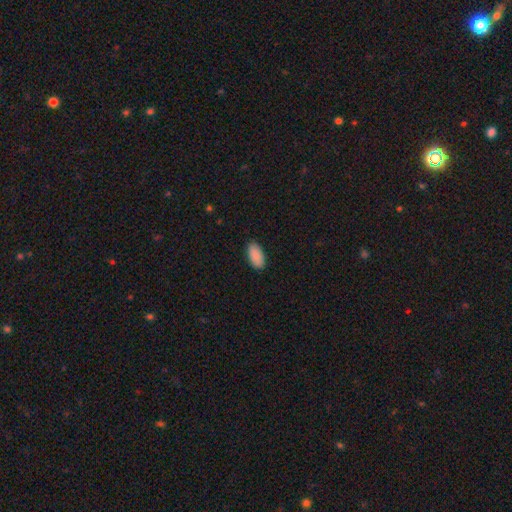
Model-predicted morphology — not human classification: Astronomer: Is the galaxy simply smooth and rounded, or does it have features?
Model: smooth — 91%.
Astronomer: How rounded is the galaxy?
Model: in between — 95%.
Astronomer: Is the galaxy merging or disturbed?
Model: none — 89%.